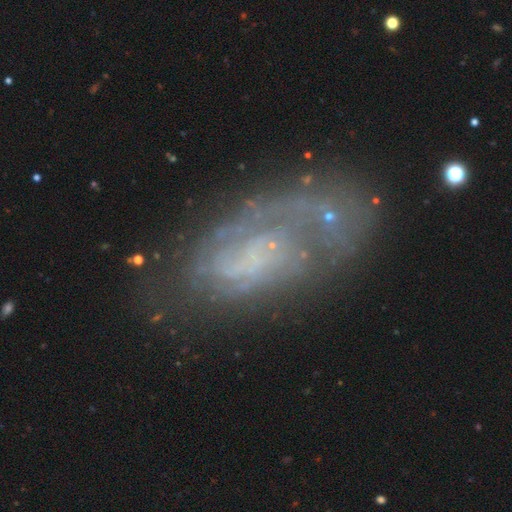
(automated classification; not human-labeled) Smooth or featured: featured or disk — 68% (smooth — 21%)
Edge-on disk: no — 95% (yes — 5%)
Bar: no — 71% (weak — 23%)
Spiral arms: yes — 65% (no — 35%)
Bulge size: none — 66% (small — 20%)
Merging: none — 52% (major disturbance — 22%)